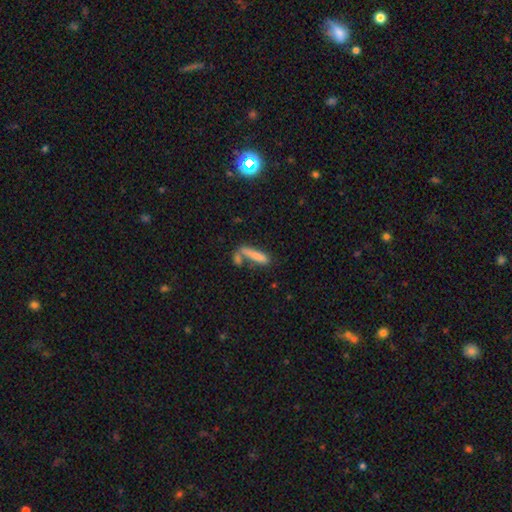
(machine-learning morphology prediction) Smooth or featured?
  - smooth: 77% *
  - featured or disk: 14%
  - star or artifact: 8%
How rounded?
  - cigar-shaped: 77% *
  - in between: 20%
  - round: 2%
Merging?
  - none: 45% *
  - merger: 35%
  - minor disturbance: 13%
  - major disturbance: 7%